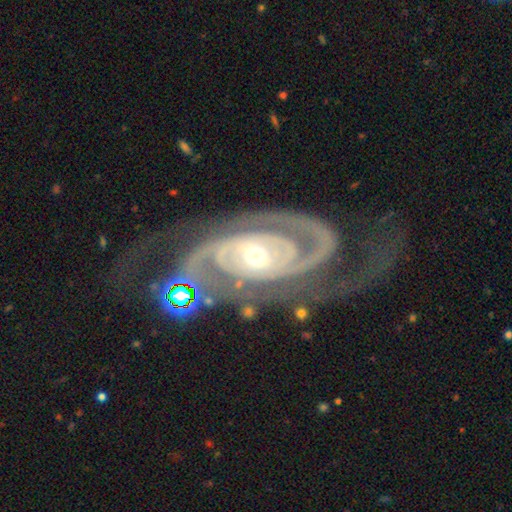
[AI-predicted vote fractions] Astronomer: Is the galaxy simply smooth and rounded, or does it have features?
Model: featured or disk — 92%.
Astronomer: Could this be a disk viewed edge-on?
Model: no — 96%.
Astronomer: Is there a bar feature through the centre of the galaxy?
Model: no — 56%.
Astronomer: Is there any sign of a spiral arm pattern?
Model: yes — 98%.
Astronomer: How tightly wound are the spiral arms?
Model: tight — 58% (runner-up: medium, 35%).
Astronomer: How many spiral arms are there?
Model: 2 — 76%.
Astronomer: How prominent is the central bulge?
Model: small — 58% (runner-up: moderate, 38%).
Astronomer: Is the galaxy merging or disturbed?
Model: none — 64%.